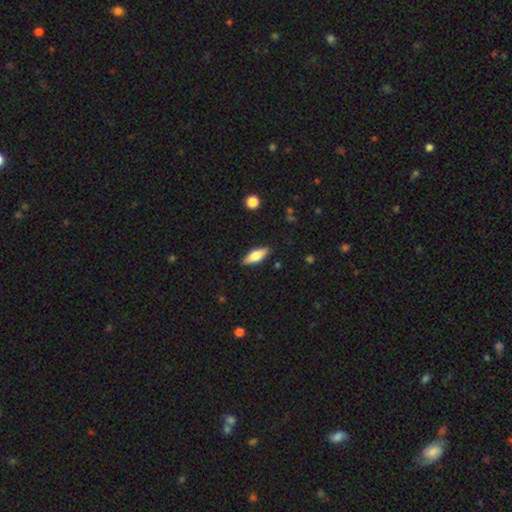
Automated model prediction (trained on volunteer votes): smooth_or_featured: smooth (p=0.63) [alt: featured or disk p=0.31]
how_rounded: in between (p=0.67) [alt: cigar-shaped p=0.31]
merging: none (p=0.87) [alt: minor disturbance p=0.09]